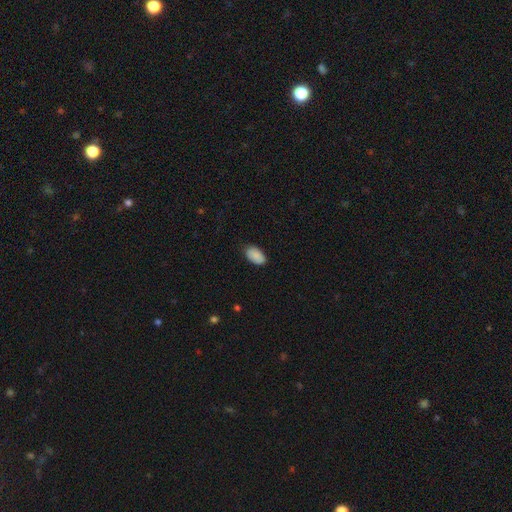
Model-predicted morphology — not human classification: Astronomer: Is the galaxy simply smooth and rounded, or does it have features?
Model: smooth — 89%.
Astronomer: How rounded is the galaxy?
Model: in between — 94%.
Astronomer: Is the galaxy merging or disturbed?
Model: none — 82%.